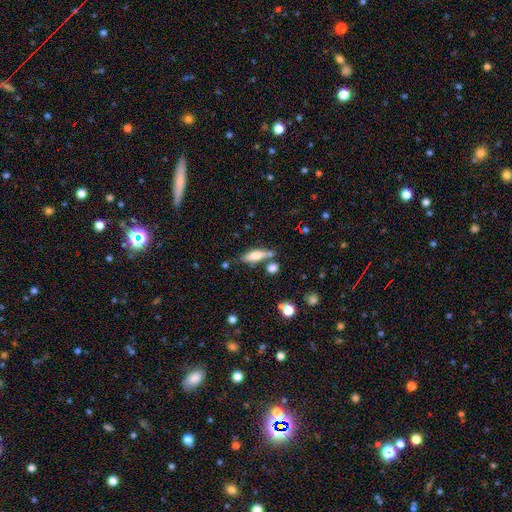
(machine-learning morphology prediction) Q: Smooth or featured?
A: smooth (66%); runner-up: featured or disk (26%)
Q: How rounded?
A: in between (49%); runner-up: cigar-shaped (48%)
Q: Merging?
A: none (66%); runner-up: minor disturbance (15%)